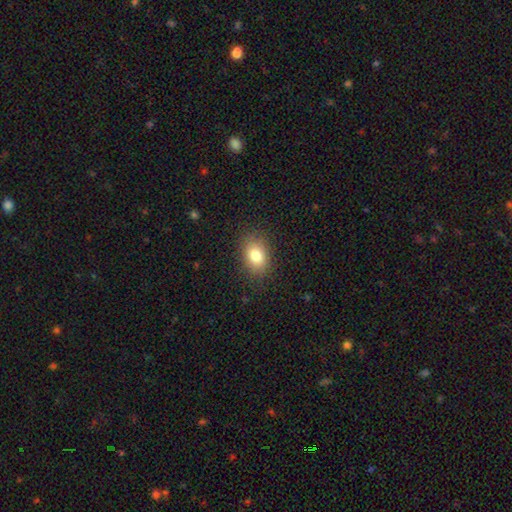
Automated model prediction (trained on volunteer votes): smooth-or-featured: smooth: 82% | star or artifact: 9% | featured or disk: 8%
  how-rounded: in between: 78% | round: 21% | cigar-shaped: 1%
  merging: none: 85% | minor disturbance: 11% | major disturbance: 3% | merger: 1%